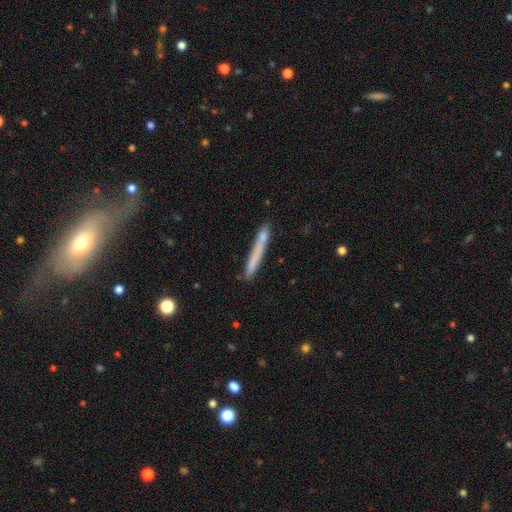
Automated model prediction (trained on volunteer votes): Smooth or featured?
  - smooth: 66% *
  - featured or disk: 27%
  - star or artifact: 7%
How rounded?
  - cigar-shaped: 96% *
  - in between: 2%
  - round: 1%
Merging?
  - none: 76% *
  - minor disturbance: 14%
  - merger: 6%
  - major disturbance: 3%